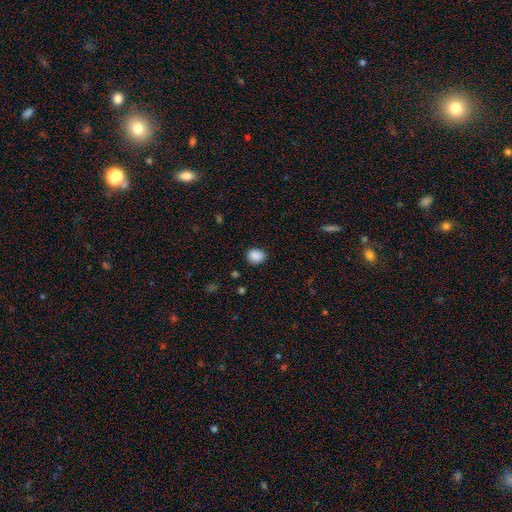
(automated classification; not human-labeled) A smooth galaxy with no disk features (89%) that is in between round and cigar-shaped (52%). Merging: none (82%).